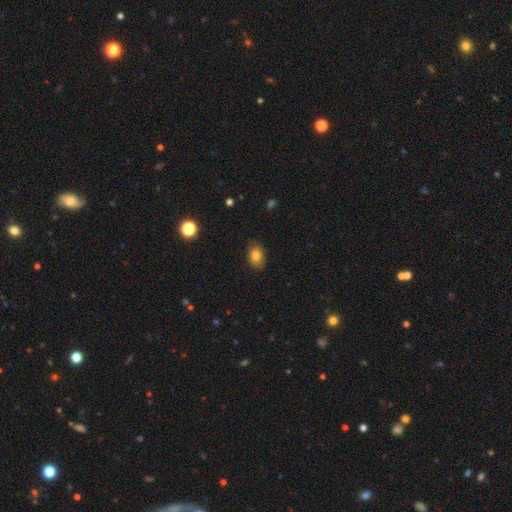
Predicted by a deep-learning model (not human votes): Morphology: type=smooth (82%); roundness=in between (79%); merging=none (85%).